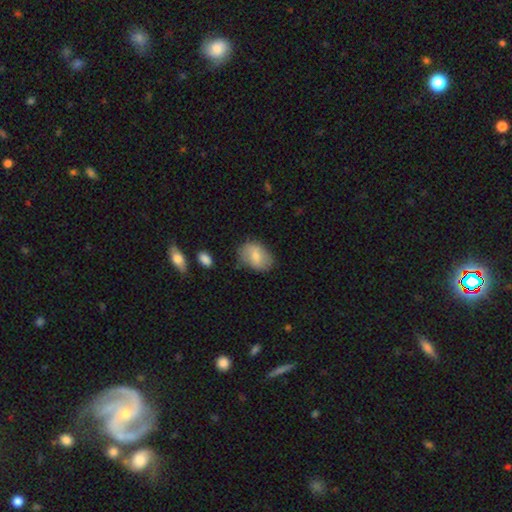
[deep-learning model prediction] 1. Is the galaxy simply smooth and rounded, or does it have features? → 73% smooth, 20% featured or disk, 7% star or artifact.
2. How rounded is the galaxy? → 79% in between, 20% round, 1% cigar-shaped.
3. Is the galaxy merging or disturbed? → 70% none, 22% minor disturbance, 5% major disturbance, 2% merger.